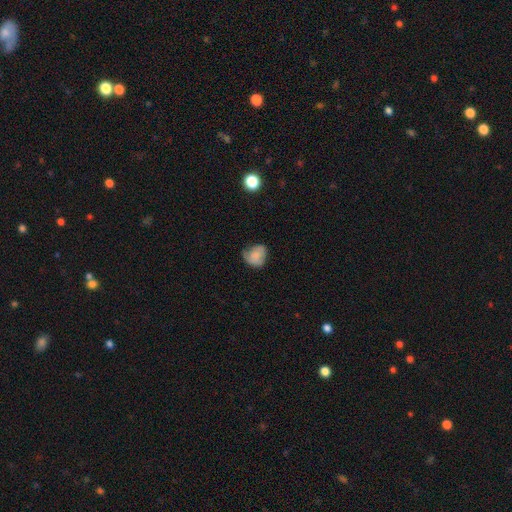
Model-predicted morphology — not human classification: Q: Smooth or featured?
A: smooth (71%); runner-up: featured or disk (19%)
Q: How rounded?
A: round (62%); runner-up: in between (37%)
Q: Merging?
A: none (44%); runner-up: minor disturbance (38%)